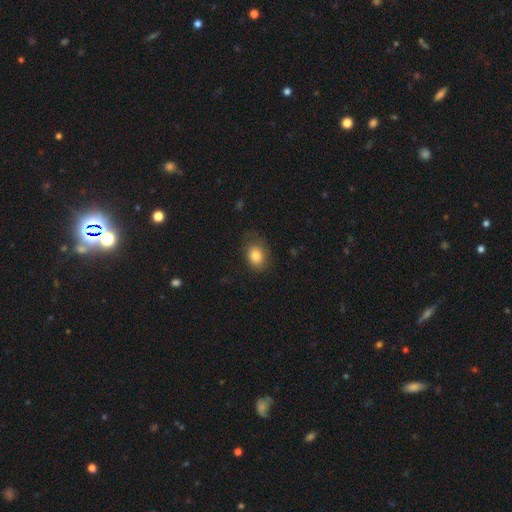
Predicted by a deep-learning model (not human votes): smooth-or-featured: smooth: 82% | featured or disk: 9% | star or artifact: 9%
  how-rounded: in between: 66% | round: 33% | cigar-shaped: 1%
  merging: none: 69% | minor disturbance: 22% | major disturbance: 8% | merger: 1%